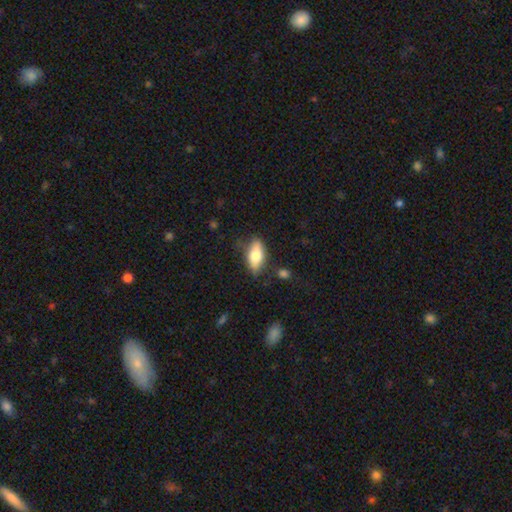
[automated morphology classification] Q: Smooth or featured?
A: smooth (71%); runner-up: featured or disk (23%)
Q: How rounded?
A: in between (83%); runner-up: cigar-shaped (14%)
Q: Merging?
A: none (73%); runner-up: minor disturbance (19%)